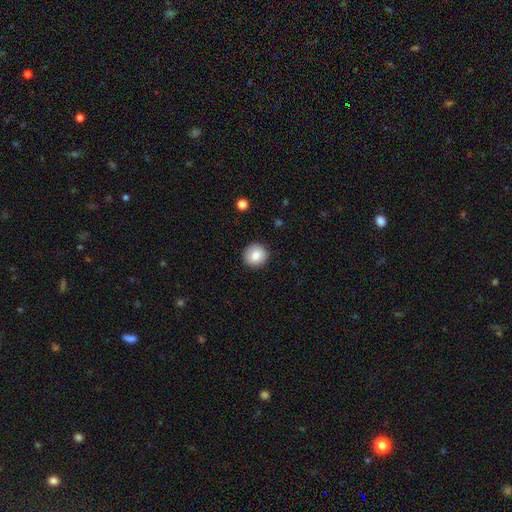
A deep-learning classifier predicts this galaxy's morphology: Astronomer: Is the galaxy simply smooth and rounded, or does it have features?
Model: smooth — 83%.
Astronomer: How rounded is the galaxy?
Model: round — 93%.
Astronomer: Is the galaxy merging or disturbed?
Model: none — 91%.